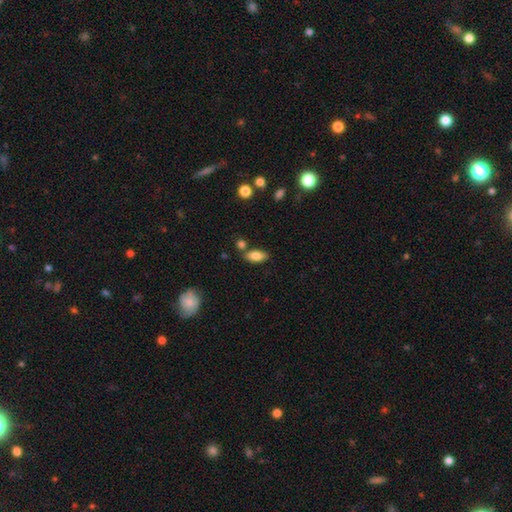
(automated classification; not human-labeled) The model was most divided on "merging": none: 75%, minor disturbance: 12%, merger: 10%, major disturbance: 3%. More confident: how rounded — in between (87%); smooth or featured — smooth (80%).